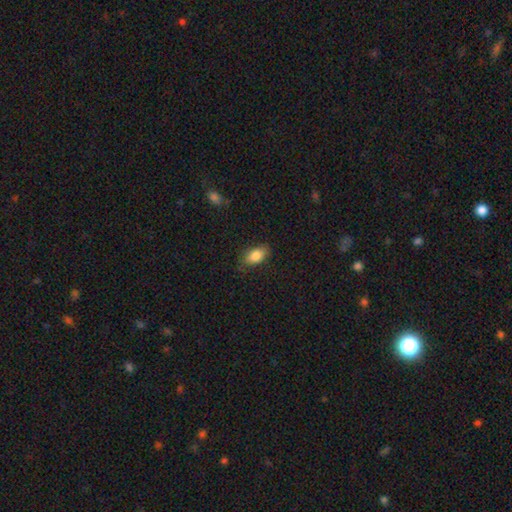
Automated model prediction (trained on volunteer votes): smooth_or_featured: smooth (p=0.84) [alt: featured or disk p=0.08]
how_rounded: in between (p=0.88) [alt: round p=0.07]
merging: none (p=0.80) [alt: minor disturbance p=0.16]